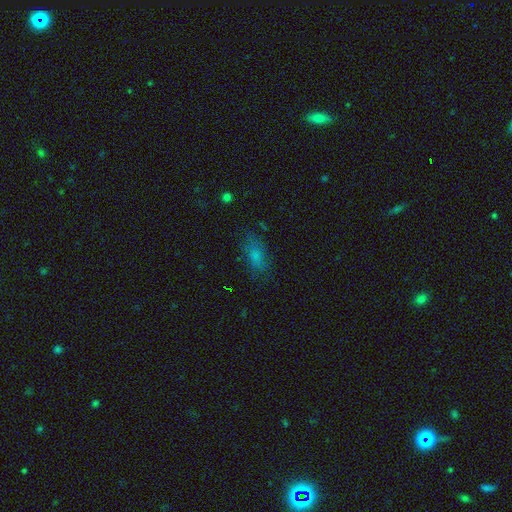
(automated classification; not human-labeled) Smooth or featured?
  - smooth: 73% *
  - star or artifact: 14%
  - featured or disk: 13%
How rounded?
  - in between: 83% *
  - cigar-shaped: 10%
  - round: 6%
Merging?
  - none: 70% *
  - minor disturbance: 20%
  - major disturbance: 8%
  - merger: 2%